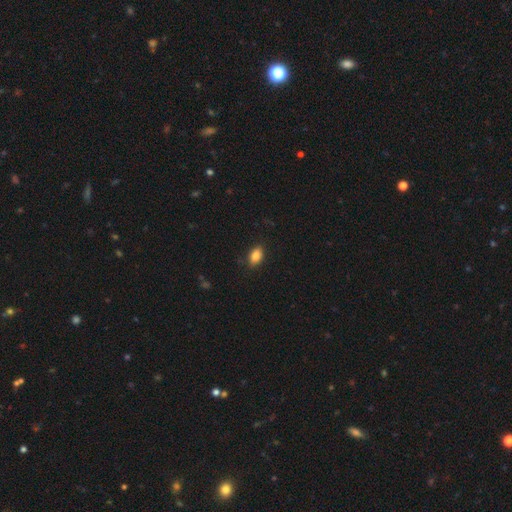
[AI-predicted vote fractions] Smooth or featured?
  - smooth: 86% *
  - star or artifact: 9%
  - featured or disk: 5%
How rounded?
  - in between: 88% *
  - round: 10%
  - cigar-shaped: 2%
Merging?
  - none: 86% *
  - minor disturbance: 11%
  - major disturbance: 2%
  - merger: 1%